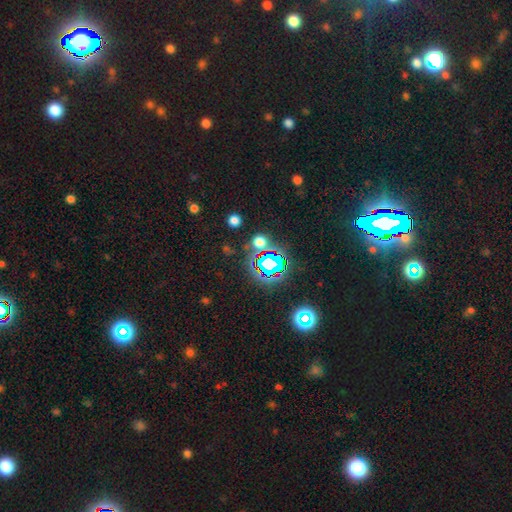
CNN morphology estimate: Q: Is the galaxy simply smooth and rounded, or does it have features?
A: star or artifact — 82%.